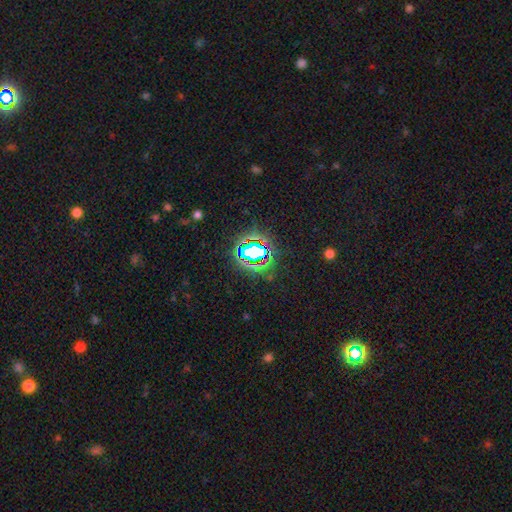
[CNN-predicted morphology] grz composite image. It shows a star or artifact, not a galaxy (72%).